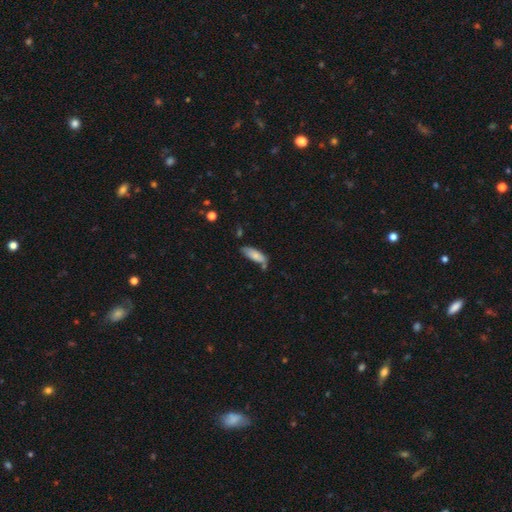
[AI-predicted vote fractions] Morphology: type=smooth (79%); roundness=in between (65%); merging=none (60%).